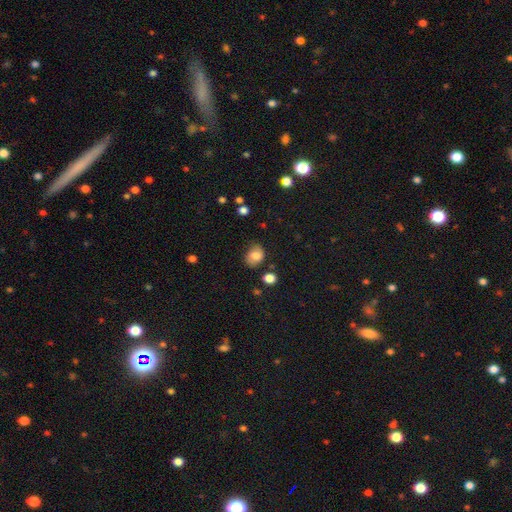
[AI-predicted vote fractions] Smooth or featured: smooth — 76% (featured or disk — 14%)
How rounded: in between — 59% (round — 40%)
Merging: none — 66% (minor disturbance — 24%)